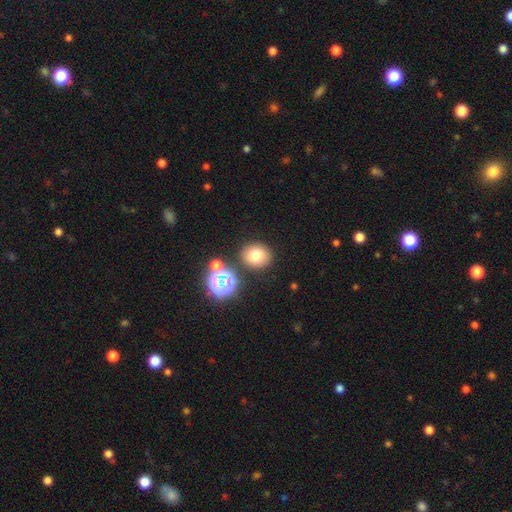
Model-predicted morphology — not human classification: Q: Smooth or featured?
A: smooth (74%); runner-up: star or artifact (16%)
Q: How rounded?
A: round (77%); runner-up: in between (22%)
Q: Merging?
A: none (83%); runner-up: minor disturbance (8%)